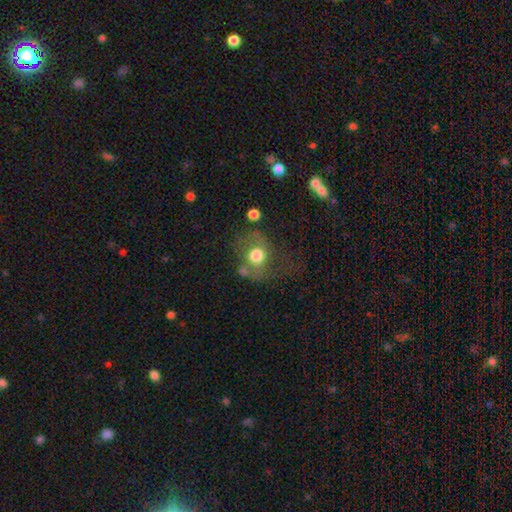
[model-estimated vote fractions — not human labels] smooth 56%, featured or disk 34%, star or artifact 9%. Down the decision tree: how rounded — round (66%); merging — none (43%).